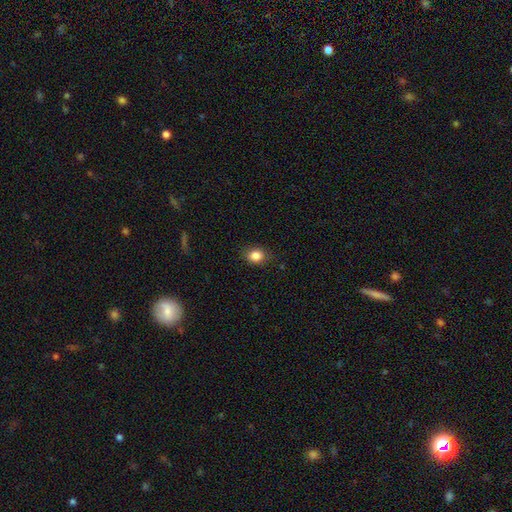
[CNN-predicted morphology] Smooth or featured: smooth — 85% (star or artifact — 10%)
How rounded: round — 54% (in between — 45%)
Merging: none — 83% (minor disturbance — 13%)